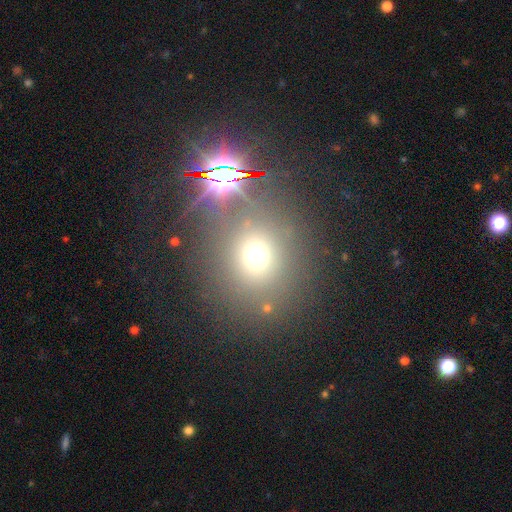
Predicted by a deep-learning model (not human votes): Smooth or featured? Predicted: smooth (p=0.58). How rounded? Predicted: round (p=0.83). Merging? Predicted: none (p=0.79).